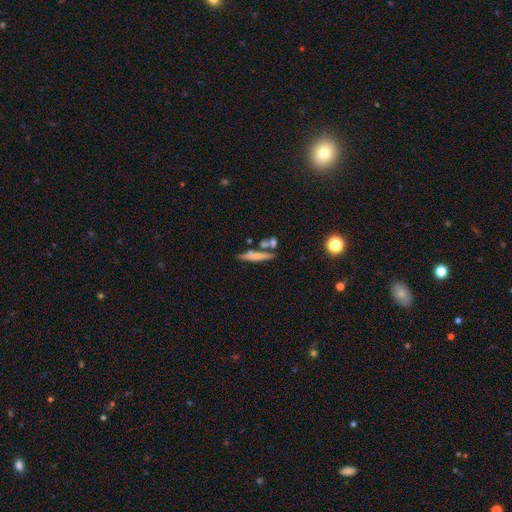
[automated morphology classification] smooth 58%, featured or disk 34%, star or artifact 8%. Down the decision tree: how rounded — cigar-shaped (86%); merging — none (62%).